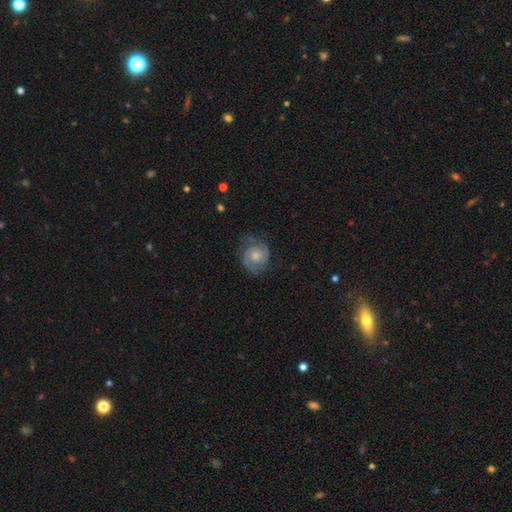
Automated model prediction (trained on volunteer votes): The model was most divided on "spiral winding": tight: 52%, medium: 40%, loose: 9%. Remaining: edge-on disk — no (98%); spiral arms — yes (97%); spiral arm count — 2 (88%); smooth or featured — featured or disk (84%); merging — none (73%); bar — no (70%); bulge size — moderate (49%).